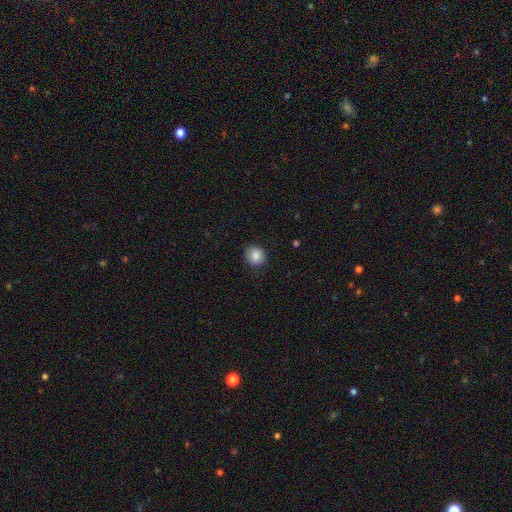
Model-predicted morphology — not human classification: Q: Smooth or featured?
A: smooth (85%); runner-up: star or artifact (9%)
Q: How rounded?
A: round (86%); runner-up: in between (13%)
Q: Merging?
A: none (88%); runner-up: minor disturbance (9%)